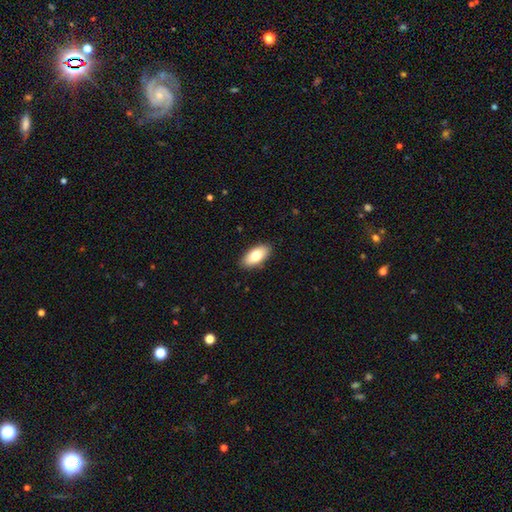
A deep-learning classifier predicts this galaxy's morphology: Overall: smooth (77%). How rounded: in between (90%). Merging: none (90%).